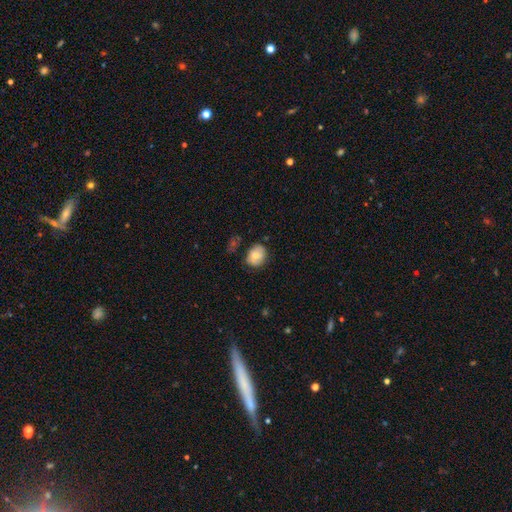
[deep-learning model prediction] smooth_or_featured: smooth (p=0.70) [alt: featured or disk p=0.22]
how_rounded: round (p=0.52) [alt: in between p=0.47]
merging: none (p=0.68) [alt: minor disturbance p=0.24]